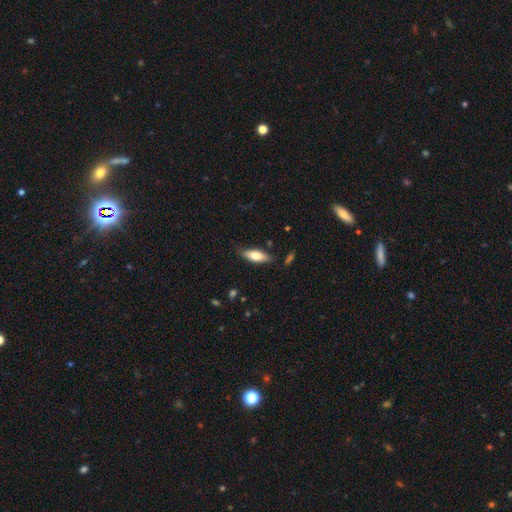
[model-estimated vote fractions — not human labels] smooth_or_featured: smooth (p=0.68) [alt: featured or disk p=0.26]
how_rounded: in between (p=0.63) [alt: cigar-shaped p=0.35]
merging: none (p=0.81) [alt: minor disturbance p=0.15]